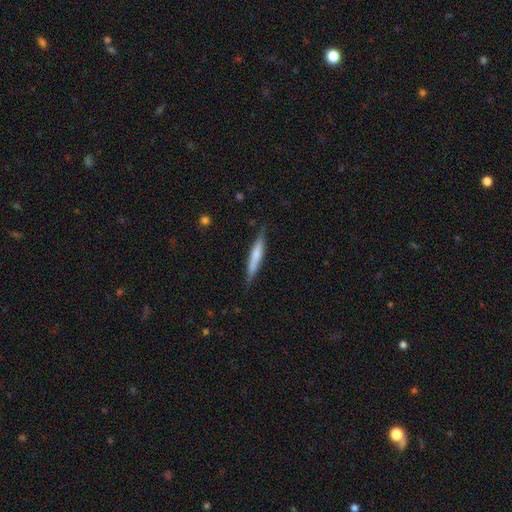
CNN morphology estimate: A smooth galaxy with no disk features (53%) that is cigar-shaped (93%).

Vote fractions:
- Smooth or featured? smooth: 53% / featured or disk: 41% / star or artifact: 6%
- How rounded? cigar-shaped: 93% / in between: 6% / round: 1%
- Merging? none: 84% / minor disturbance: 12% / major disturbance: 2% / merger: 1%